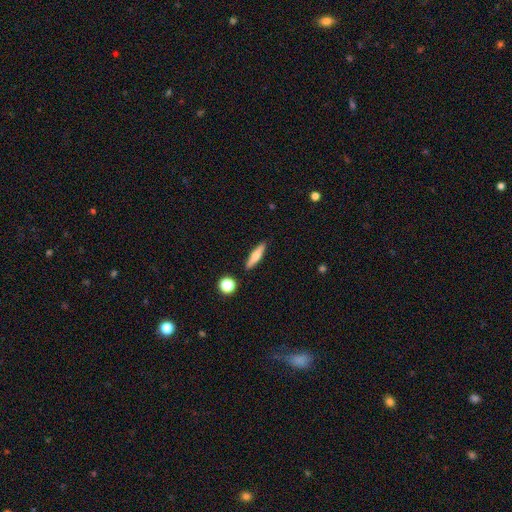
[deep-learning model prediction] Q: Smooth or featured?
A: smooth (58%); runner-up: featured or disk (35%)
Q: How rounded?
A: cigar-shaped (77%); runner-up: in between (20%)
Q: Merging?
A: none (89%); runner-up: minor disturbance (7%)